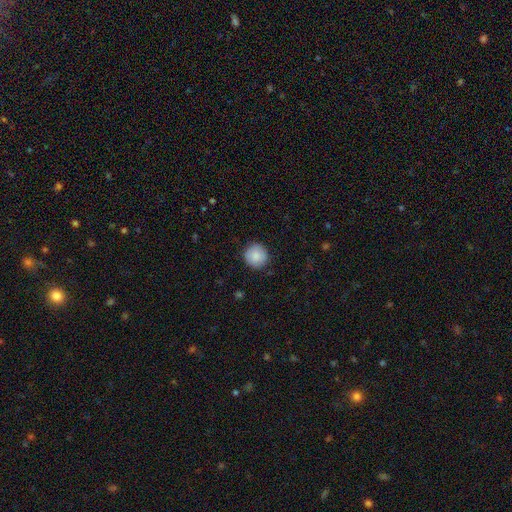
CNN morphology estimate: Smooth or featured? Predicted: smooth (p=0.86). How rounded? Predicted: round (p=0.95). Merging? Predicted: none (p=0.88).